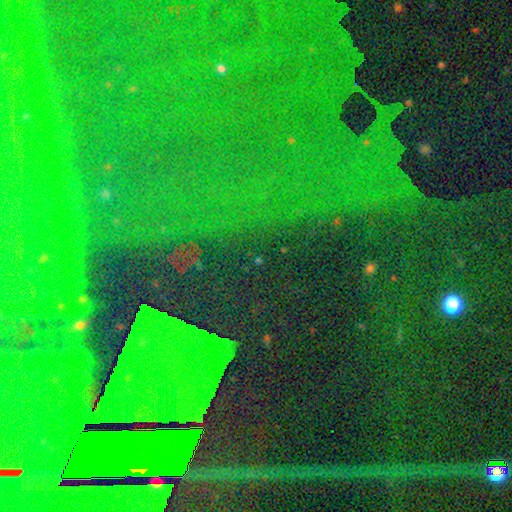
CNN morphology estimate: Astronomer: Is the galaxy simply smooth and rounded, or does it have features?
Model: star or artifact — 86%.